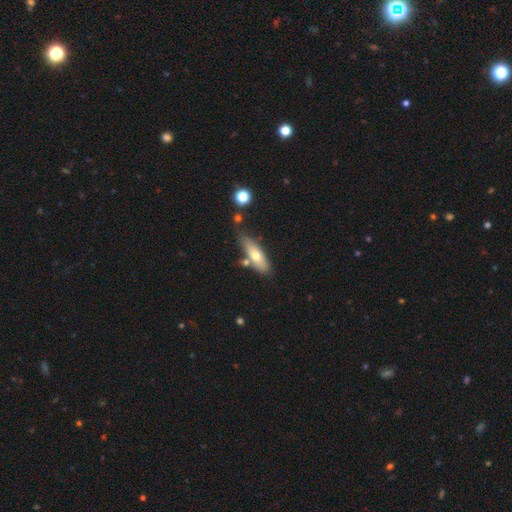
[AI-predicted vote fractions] Smooth or featured?
  - smooth: 62% *
  - featured or disk: 32%
  - star or artifact: 7%
How rounded?
  - in between: 53% *
  - cigar-shaped: 45%
  - round: 3%
Merging?
  - none: 63% *
  - minor disturbance: 19%
  - merger: 13%
  - major disturbance: 5%